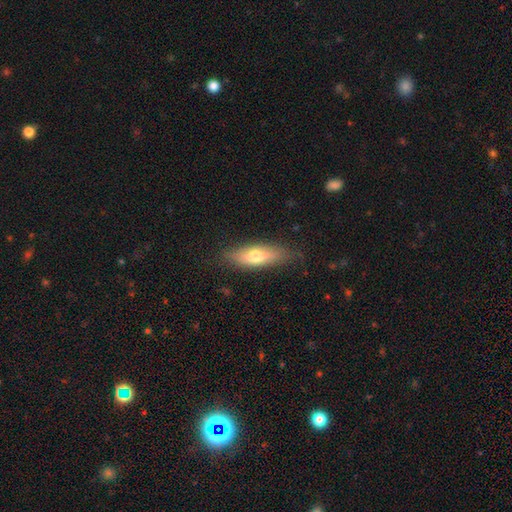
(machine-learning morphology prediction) The model was most divided on "how rounded": in between: 53%, cigar-shaped: 45%, round: 3%. More confident: merging — none (80%); smooth or featured — smooth (66%).